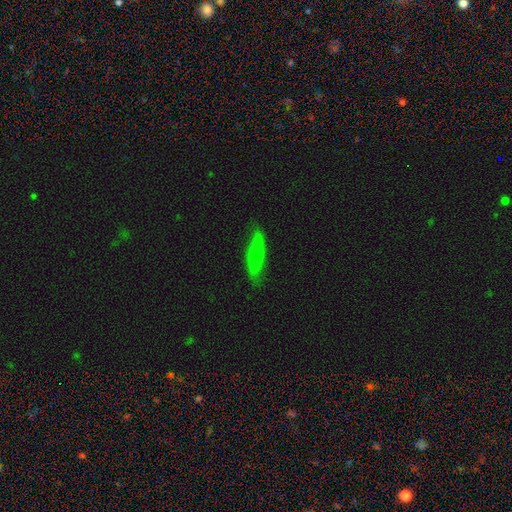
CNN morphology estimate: Overall: smooth (54%; featured or disk 39%). How rounded: cigar-shaped (68%; in between 29%). Merging: none (79%).